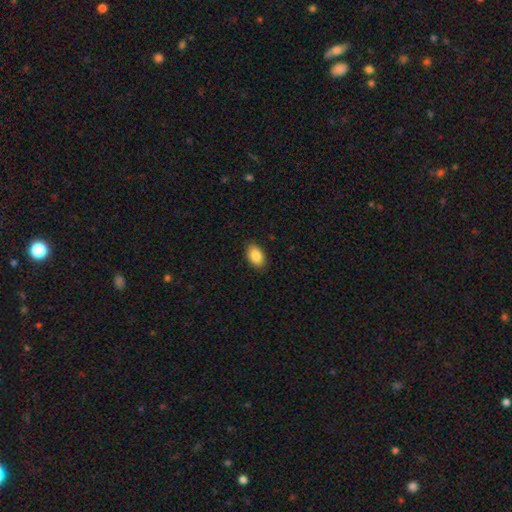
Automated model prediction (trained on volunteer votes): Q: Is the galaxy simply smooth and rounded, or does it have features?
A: smooth — 88%.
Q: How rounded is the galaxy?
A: in between — 91%.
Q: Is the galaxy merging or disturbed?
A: none — 88%.